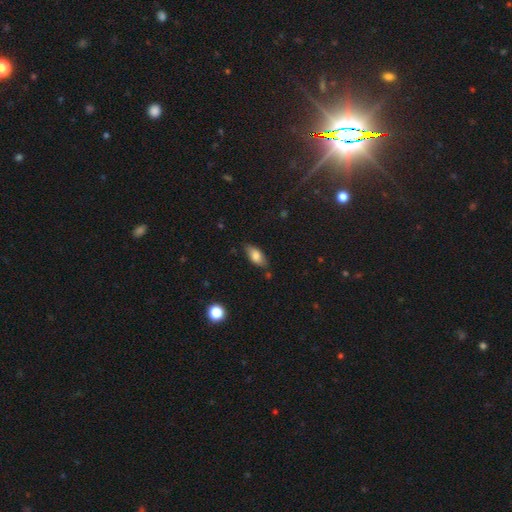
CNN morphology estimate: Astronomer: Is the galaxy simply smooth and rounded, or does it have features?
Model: smooth — 77%.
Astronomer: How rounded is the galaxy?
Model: in between — 86%.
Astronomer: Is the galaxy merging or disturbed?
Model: none — 77%.